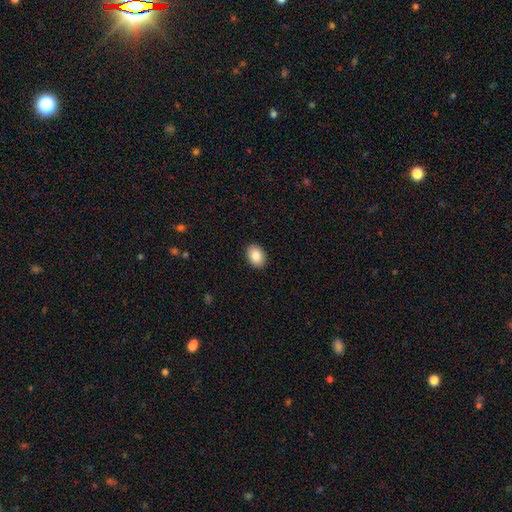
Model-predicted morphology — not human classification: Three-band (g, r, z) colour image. It shows a smooth galaxy with no disk features (87%) that is in between round and cigar-shaped (83%). Merging: none (90%).